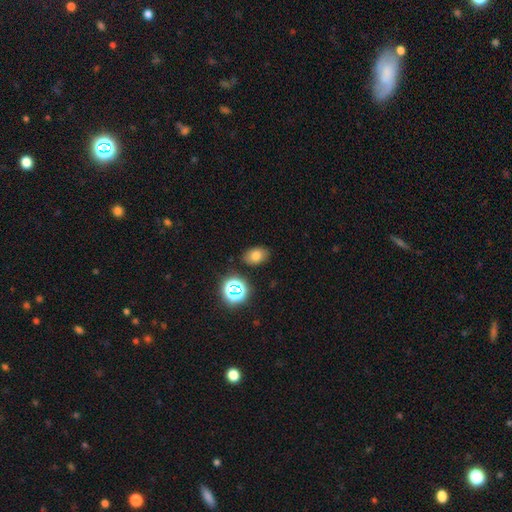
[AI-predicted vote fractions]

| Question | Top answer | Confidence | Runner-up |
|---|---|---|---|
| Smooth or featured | smooth | 74% | star or artifact (16%) |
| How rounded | in between | 79% | round (20%) |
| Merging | none | 83% | minor disturbance (12%) |